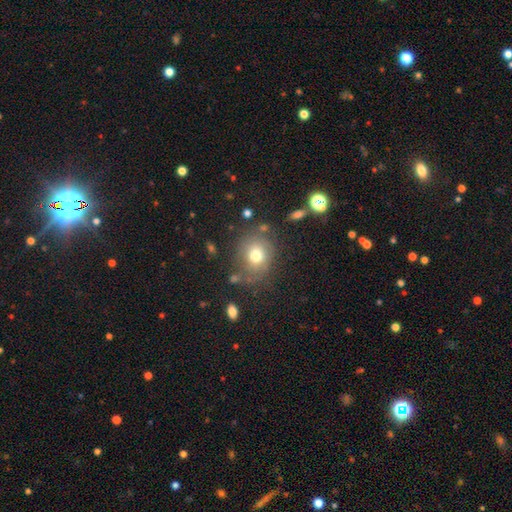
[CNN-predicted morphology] smooth-or-featured: smooth: 72% | featured or disk: 16% | star or artifact: 12%
  how-rounded: round: 70% | in between: 29% | cigar-shaped: 1%
  merging: none: 70% | minor disturbance: 17% | major disturbance: 8% | merger: 5%